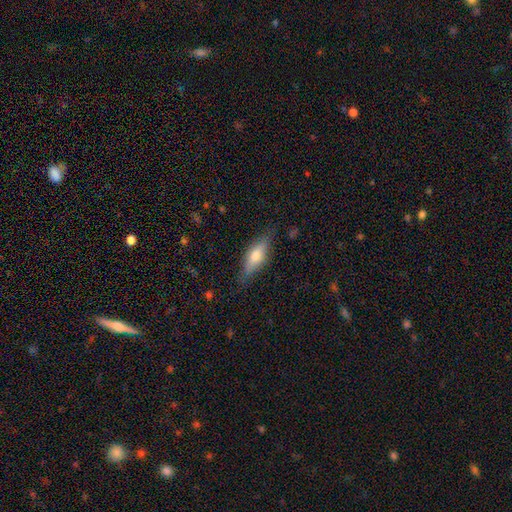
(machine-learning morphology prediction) A smooth galaxy with no disk features (47%). Merging: none (81%).